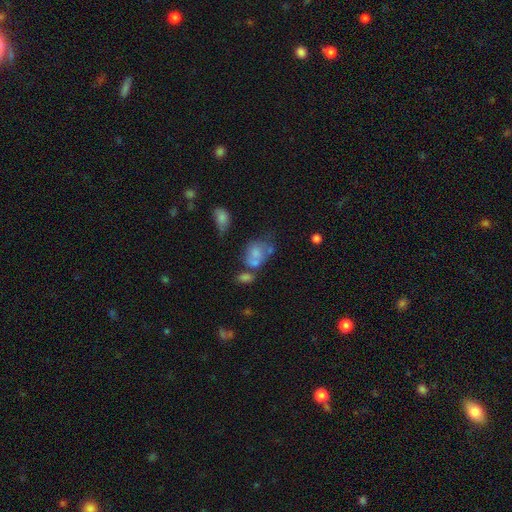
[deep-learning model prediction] A smooth galaxy with no disk features (64%) that is in between round and cigar-shaped (67%). Merging: merger (42%).